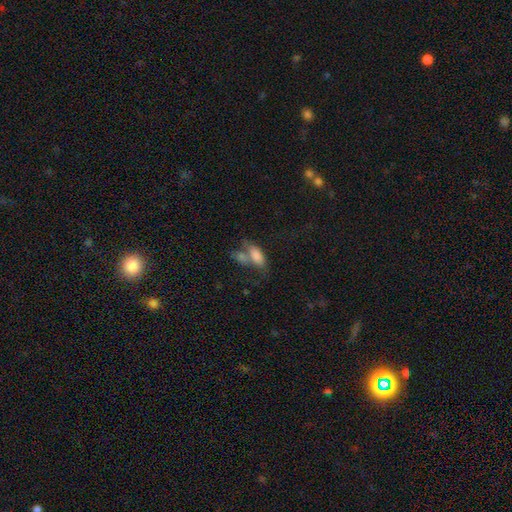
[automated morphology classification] A smooth galaxy with no disk features (77%) that is in between round and cigar-shaped (87%). Merging: merger (51%).